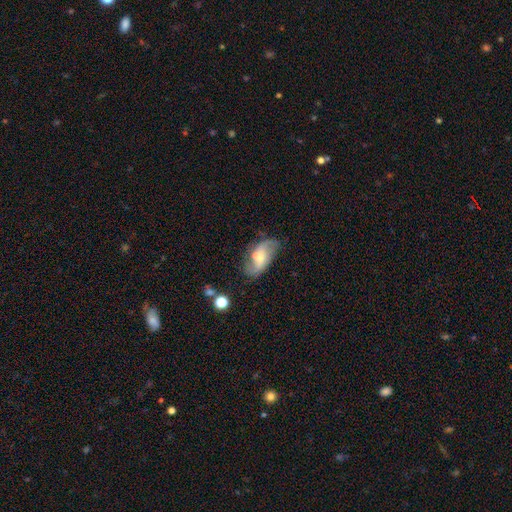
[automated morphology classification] Overall: featured or disk (61%; smooth 30%). Edge-on disk: no (94%). Bar: no (46%; weak 41%). Spiral arms: yes (81%). Bulge size: small (46%; moderate 40%). Merging: none (51%; minor disturbance 24%).